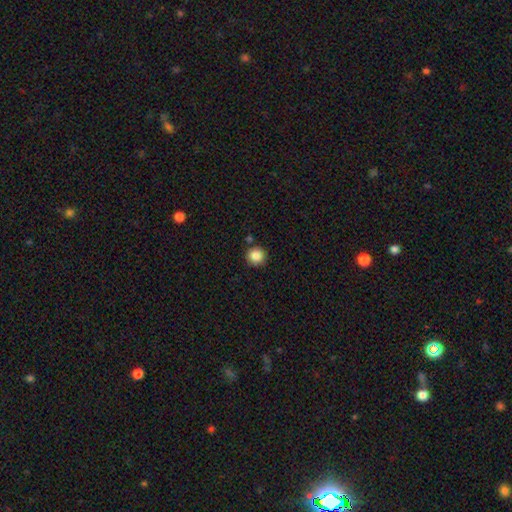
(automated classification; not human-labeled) This appears to be a smooth galaxy with no disk features (86%) that is round (94%). Merging: none (88%).